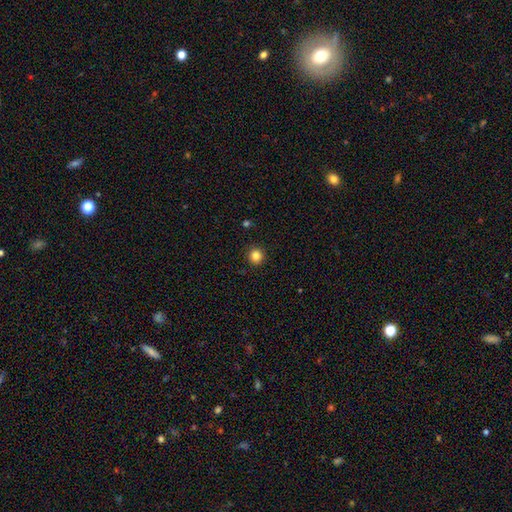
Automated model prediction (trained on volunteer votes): Smooth or featured? Predicted: smooth (p=0.84). How rounded? Predicted: round (p=0.94). Merging? Predicted: none (p=0.93).